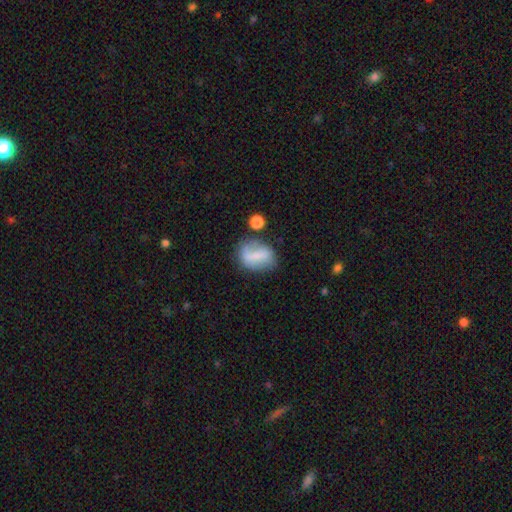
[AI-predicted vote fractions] Smooth or featured?
  - smooth: 59% *
  - featured or disk: 31%
  - star or artifact: 9%
How rounded?
  - in between: 67% *
  - round: 29%
  - cigar-shaped: 3%
Merging?
  - none: 53% *
  - minor disturbance: 26%
  - major disturbance: 12%
  - merger: 9%